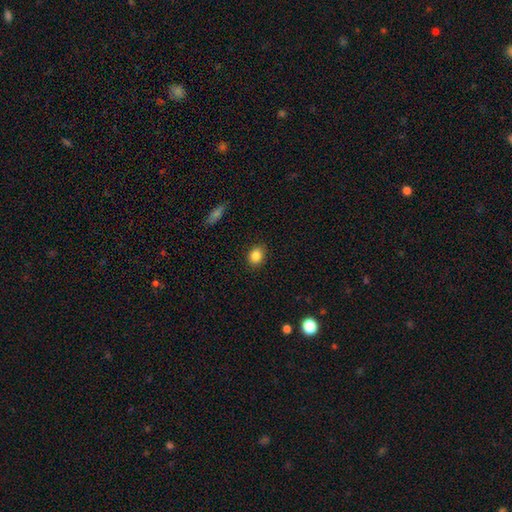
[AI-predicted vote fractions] Smooth or featured? smooth (86%)
How rounded? round (55%)
Merging? none (89%)